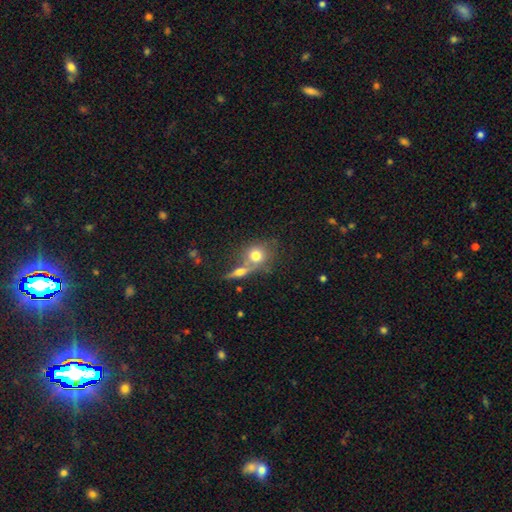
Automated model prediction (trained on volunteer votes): The model was most divided on "merging": none: 47%, merger: 37%, minor disturbance: 11%, major disturbance: 5%. More confident: how rounded — round (75%); smooth or featured — smooth (72%).